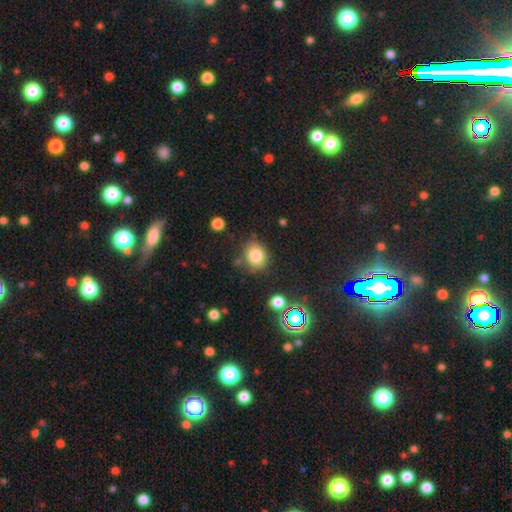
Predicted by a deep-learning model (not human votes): Smooth or featured: smooth — 81% (star or artifact — 12%)
How rounded: round — 66% (in between — 33%)
Merging: none — 79% (minor disturbance — 12%)